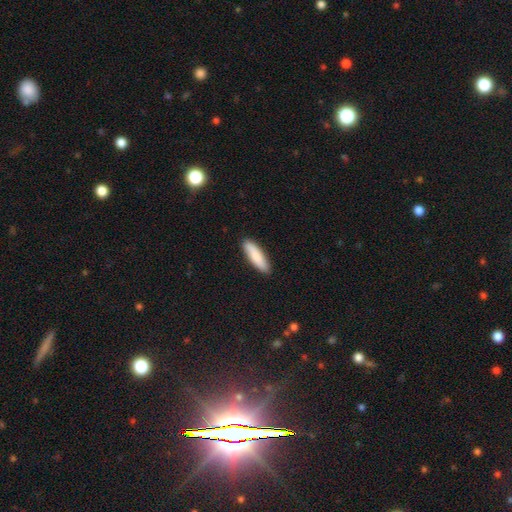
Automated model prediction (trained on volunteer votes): smooth 84%, featured or disk 11%, star or artifact 5%. Down the decision tree: how rounded — cigar-shaped (64%); merging — none (88%).